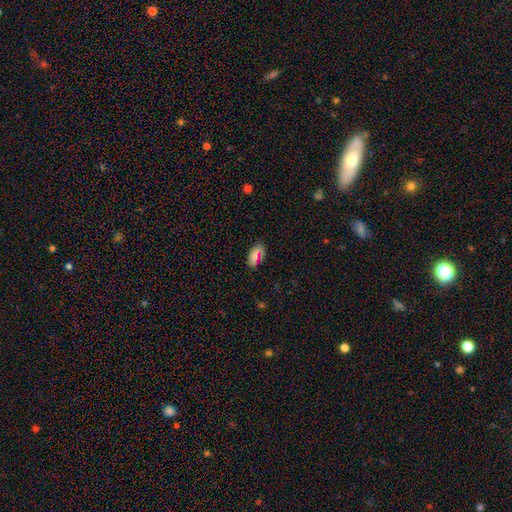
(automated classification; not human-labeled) smooth_or_featured: smooth (p=0.79) [alt: star or artifact p=0.13]
how_rounded: in between (p=0.91) [alt: cigar-shaped p=0.06]
merging: none (p=0.79) [alt: minor disturbance p=0.15]